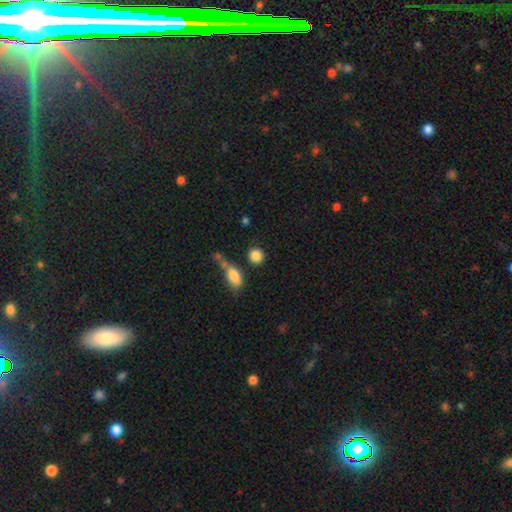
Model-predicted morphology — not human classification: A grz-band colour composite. It shows a smooth galaxy with no disk features (86%) that is round (85%). Merging: none (77%).